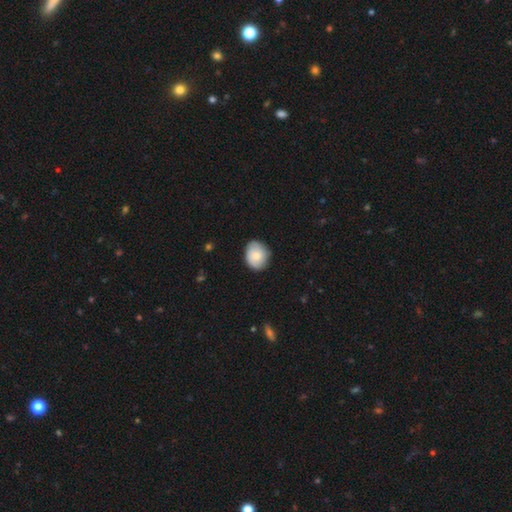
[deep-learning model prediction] Overall: smooth (78%). How rounded: round (53%; in between 47%). Merging: none (82%).